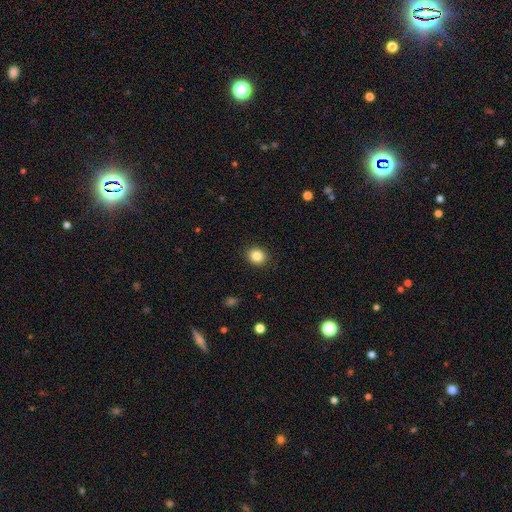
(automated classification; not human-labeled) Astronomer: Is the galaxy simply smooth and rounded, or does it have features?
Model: smooth — 85%.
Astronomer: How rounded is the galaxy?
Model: round — 76%.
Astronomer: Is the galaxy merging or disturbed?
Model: none — 91%.